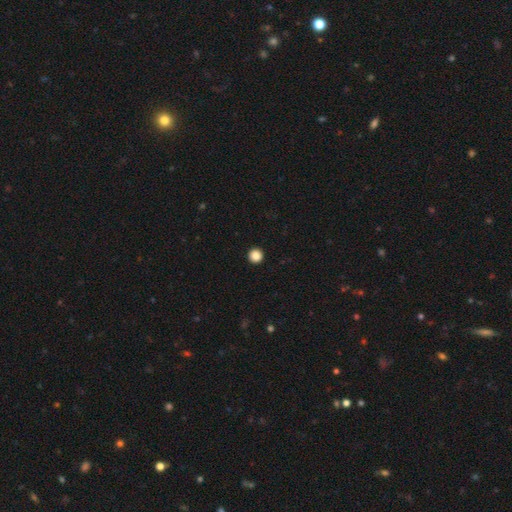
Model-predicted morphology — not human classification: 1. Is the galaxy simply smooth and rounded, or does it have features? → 88% smooth, 10% star or artifact, 2% featured or disk.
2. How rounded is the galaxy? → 96% round, 3% in between, 1% cigar-shaped.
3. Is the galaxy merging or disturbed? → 94% none, 3% minor disturbance, 1% major disturbance, 1% merger.